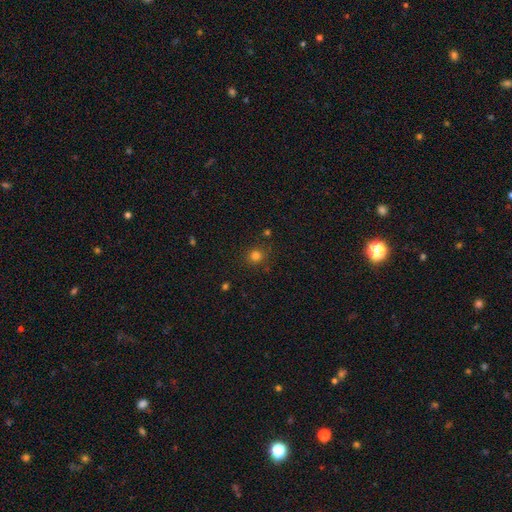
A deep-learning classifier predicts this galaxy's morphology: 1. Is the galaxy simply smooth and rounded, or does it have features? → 78% smooth, 17% star or artifact, 5% featured or disk.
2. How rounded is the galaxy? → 89% round, 11% in between, 1% cigar-shaped.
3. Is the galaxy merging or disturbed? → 85% none, 9% minor disturbance, 3% major disturbance, 3% merger.